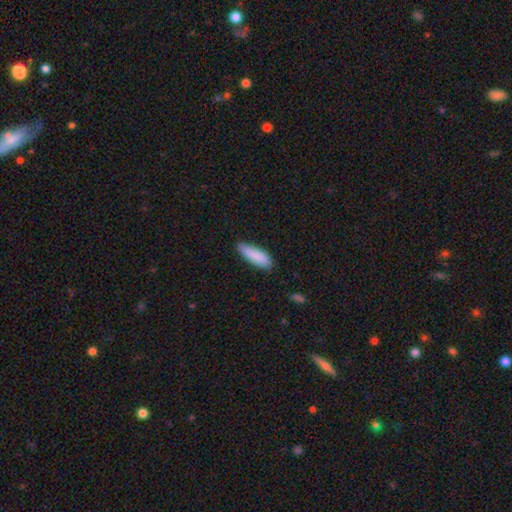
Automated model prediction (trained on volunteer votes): Smooth or featured: smooth — 87% (featured or disk — 7%)
How rounded: in between — 50% (cigar-shaped — 48%)
Merging: none — 78% (minor disturbance — 18%)